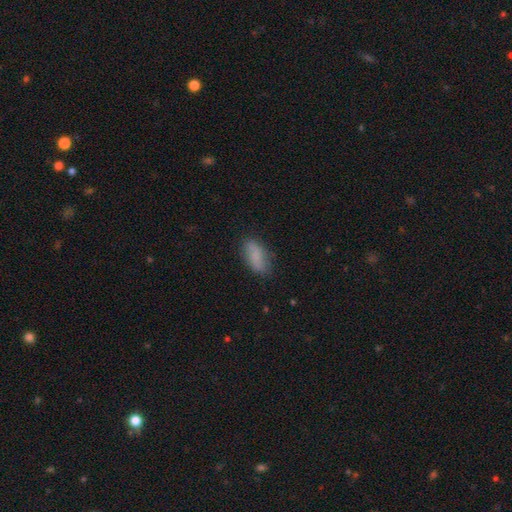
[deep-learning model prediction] Smooth or featured?
  - smooth: 78% *
  - featured or disk: 14%
  - star or artifact: 8%
How rounded?
  - in between: 86% *
  - cigar-shaped: 11%
  - round: 3%
Merging?
  - none: 76% *
  - minor disturbance: 18%
  - major disturbance: 4%
  - merger: 2%